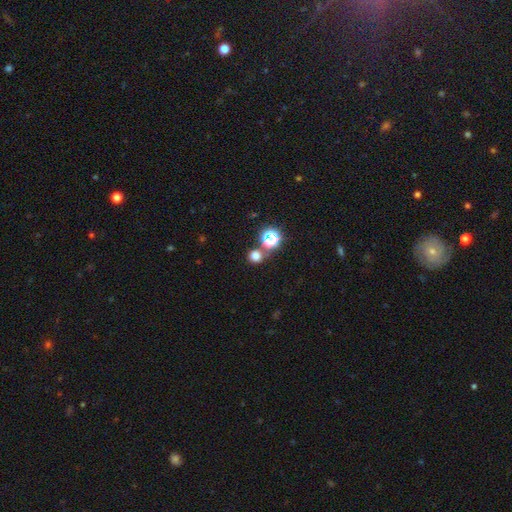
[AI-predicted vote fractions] Smooth or featured? smooth (68%)
How rounded? round (88%)
Merging? none (71%)